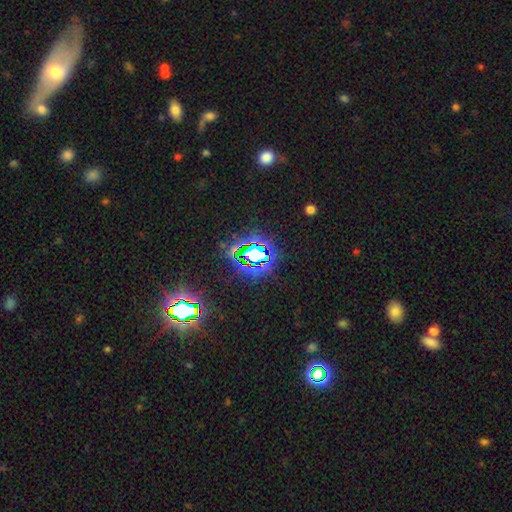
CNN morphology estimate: Smooth or featured? Predicted: star or artifact (p=0.77).